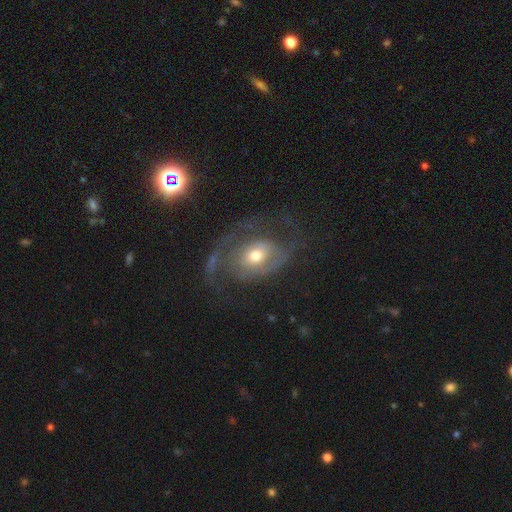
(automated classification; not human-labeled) Q: Smooth or featured?
A: featured or disk (68%); runner-up: smooth (25%)
Q: Edge-on disk?
A: no (96%); runner-up: yes (4%)
Q: Bar?
A: no (69%); runner-up: weak (24%)
Q: Spiral arms?
A: yes (70%); runner-up: no (30%)
Q: Bulge size?
A: moderate (65%); runner-up: small (25%)
Q: Merging?
A: none (43%); runner-up: major disturbance (35%)